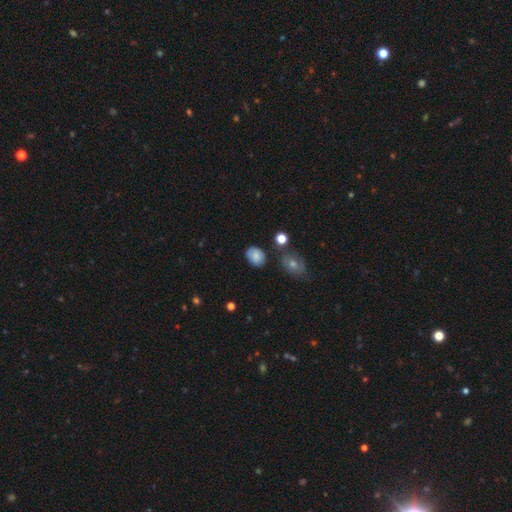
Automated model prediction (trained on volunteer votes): A smooth galaxy with no disk features (81%) that is in between round and cigar-shaped (64%).

Vote fractions:
- Smooth or featured? smooth: 81% / star or artifact: 10% / featured or disk: 9%
- How rounded? in between: 64% / round: 35% / cigar-shaped: 1%
- Merging? none: 75% / minor disturbance: 17% / merger: 5% / major disturbance: 4%